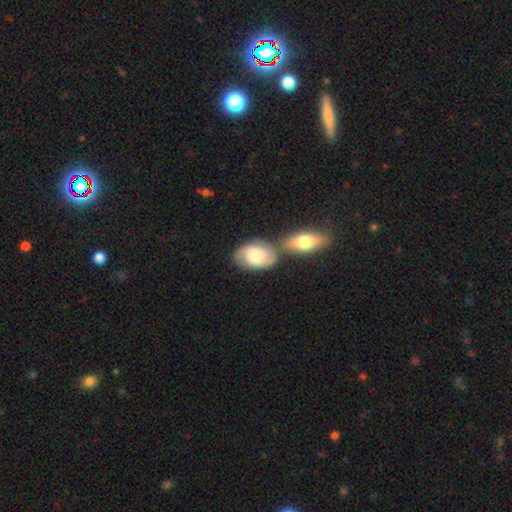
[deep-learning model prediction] This is possibly a featured or disk galaxy (54%). It is clearly not viewed edge-on (95%). Bar: likely no (71%). Spiral arm pattern: clearly yes (87%). Central bulge: marginally moderate (44%). Merging: possibly none (46%).